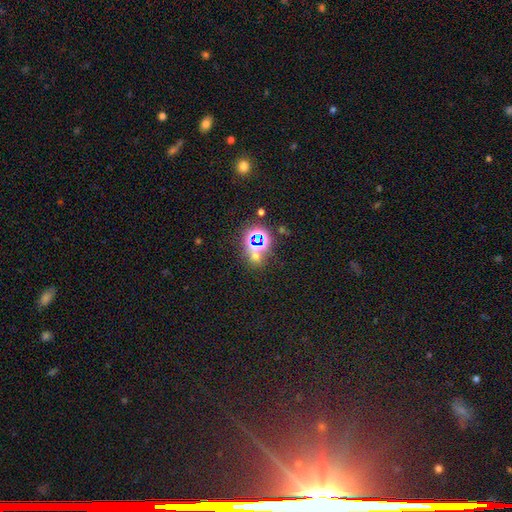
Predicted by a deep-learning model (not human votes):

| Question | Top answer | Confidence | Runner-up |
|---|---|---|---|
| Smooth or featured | star or artifact | 62% | smooth (29%) |